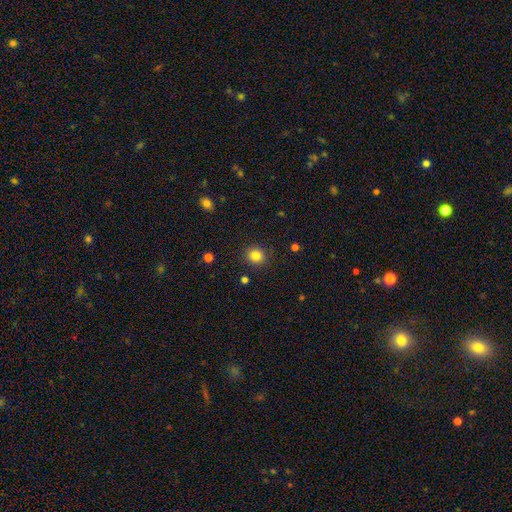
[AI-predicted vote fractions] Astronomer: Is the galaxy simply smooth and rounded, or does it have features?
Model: smooth — 83%.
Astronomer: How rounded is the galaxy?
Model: round — 90%.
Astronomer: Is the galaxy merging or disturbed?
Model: none — 90%.